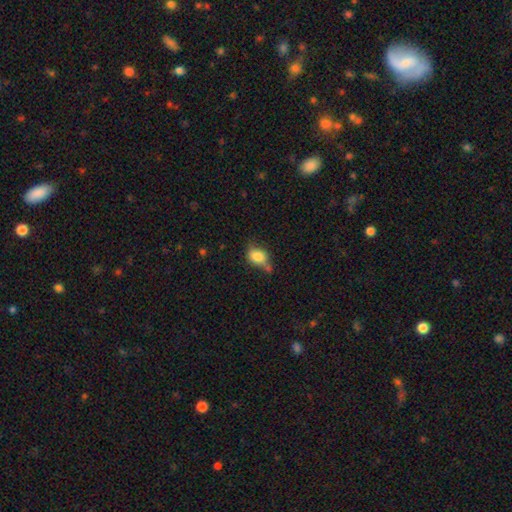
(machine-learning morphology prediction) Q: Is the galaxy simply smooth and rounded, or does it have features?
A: smooth — 79%.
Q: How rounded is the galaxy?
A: in between — 69%.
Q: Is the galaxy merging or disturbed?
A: none — 42%.